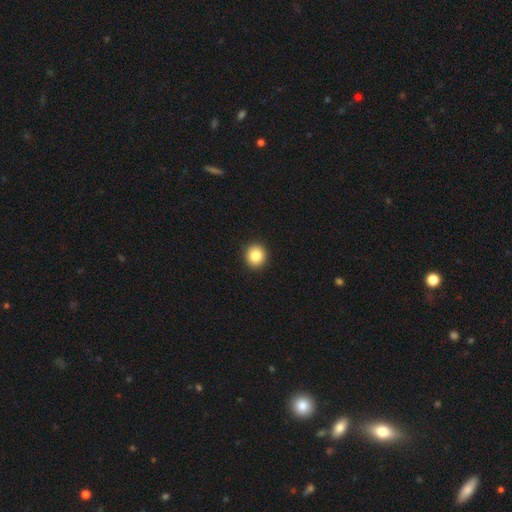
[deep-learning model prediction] smooth-or-featured: smooth: 85% | star or artifact: 9% | featured or disk: 6%
  how-rounded: round: 89% | in between: 10% | cigar-shaped: 1%
  merging: none: 93% | minor disturbance: 5% | major disturbance: 1% | merger: 1%